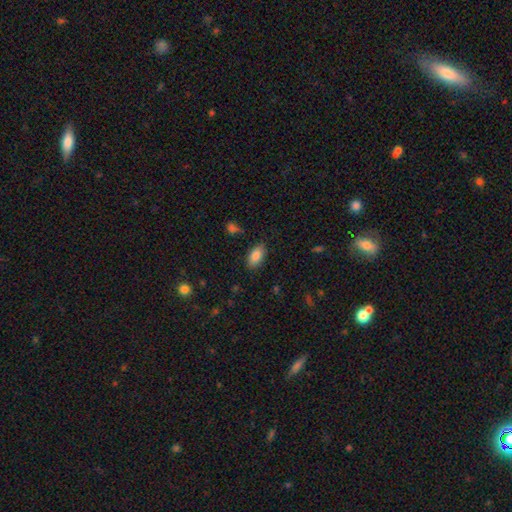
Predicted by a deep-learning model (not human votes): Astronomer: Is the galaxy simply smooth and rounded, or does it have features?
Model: smooth — 85%.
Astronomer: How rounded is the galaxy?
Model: in between — 92%.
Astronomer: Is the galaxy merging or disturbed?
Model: none — 84%.